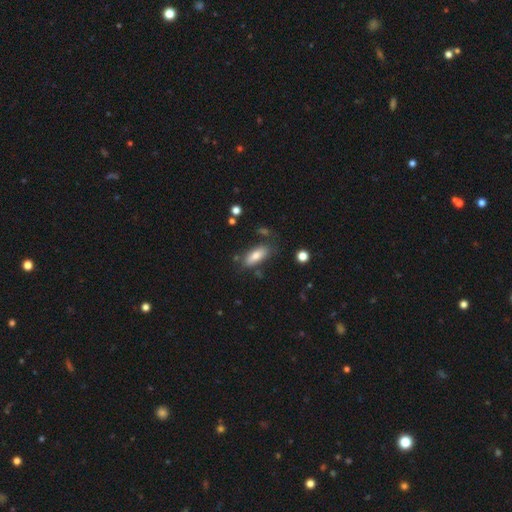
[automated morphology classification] This is likely a smooth galaxy (75%). How rounded: likely in between (78%). Merging: likely none (71%).